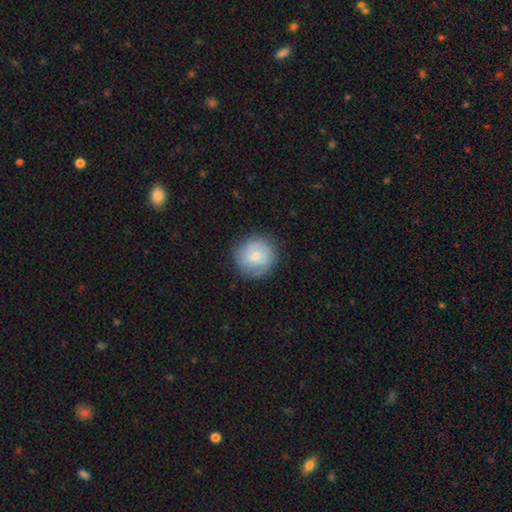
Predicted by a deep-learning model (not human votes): Morphology: type=smooth (57%); roundness=round (90%); merging=none (80%).